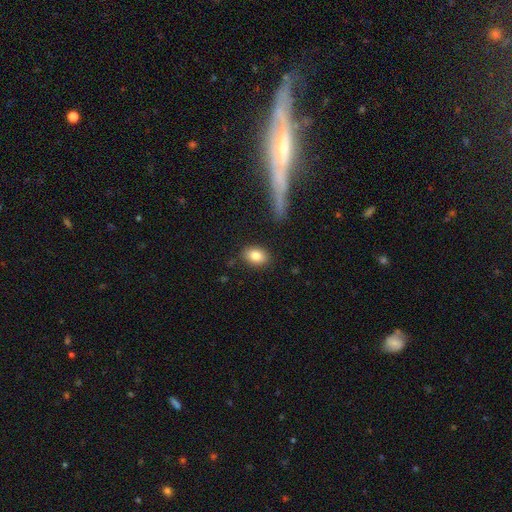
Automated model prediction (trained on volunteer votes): This appears to be a smooth galaxy with no disk features (82%) that is in between round and cigar-shaped (78%). Merging: none (86%).